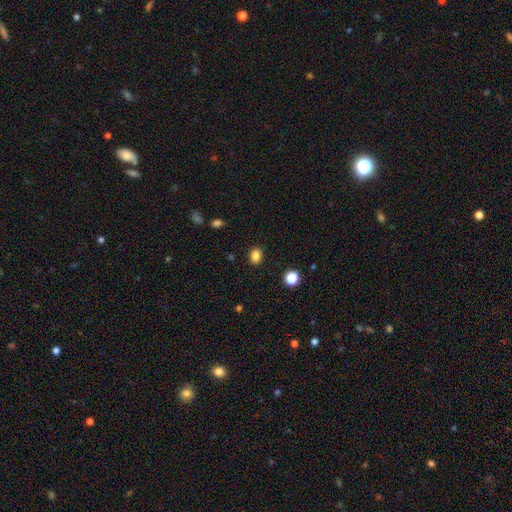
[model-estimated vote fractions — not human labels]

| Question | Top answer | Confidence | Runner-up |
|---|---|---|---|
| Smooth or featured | smooth | 85% | star or artifact (11%) |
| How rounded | in between | 60% | round (39%) |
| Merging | none | 88% | minor disturbance (8%) |